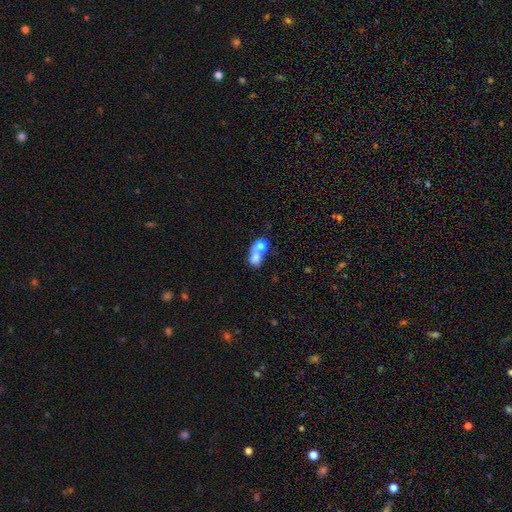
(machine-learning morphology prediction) Smooth or featured: smooth — 71% (featured or disk — 18%)
How rounded: round — 54% (in between — 44%)
Merging: merger — 70% (none — 19%)